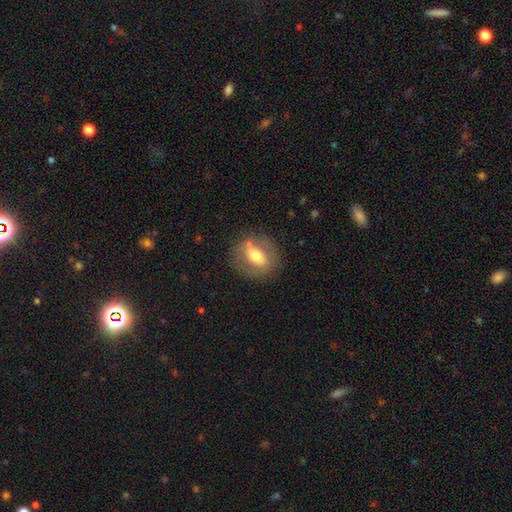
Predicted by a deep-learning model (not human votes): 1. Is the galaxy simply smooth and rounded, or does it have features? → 48% smooth, 44% featured or disk, 8% star or artifact.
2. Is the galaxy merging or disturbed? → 76% none, 15% minor disturbance, 6% major disturbance, 3% merger.